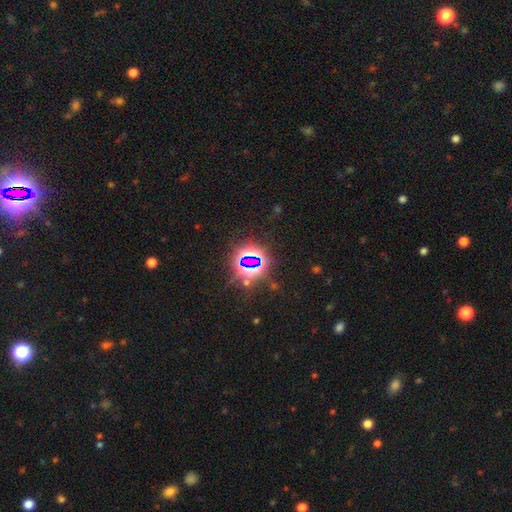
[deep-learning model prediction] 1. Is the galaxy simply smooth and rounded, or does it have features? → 82% star or artifact, 11% smooth, 8% featured or disk.